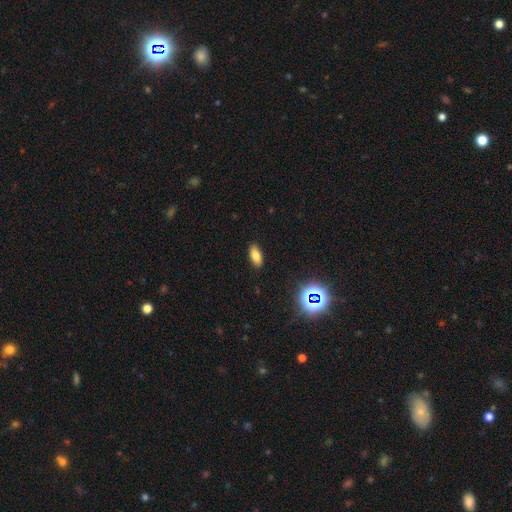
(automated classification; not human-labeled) This is likely a smooth galaxy (77%). How rounded: clearly in between (86%). Merging: clearly none (88%).